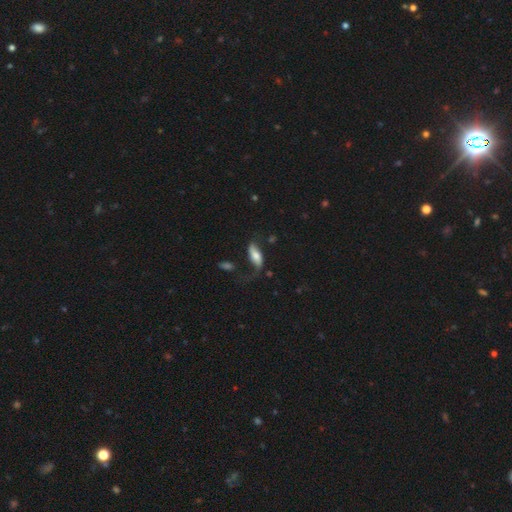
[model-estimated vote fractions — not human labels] Morphology: type=smooth (54%); roundness=in between (76%); merging=none (46%).